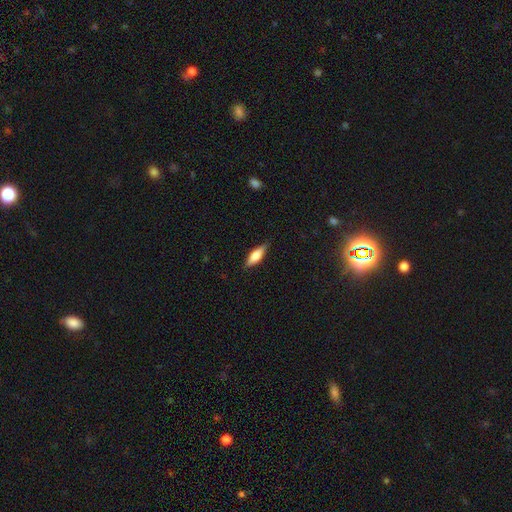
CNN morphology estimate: This is possibly a smooth galaxy (59%). How rounded: possibly in between (53%). Merging: clearly none (84%).